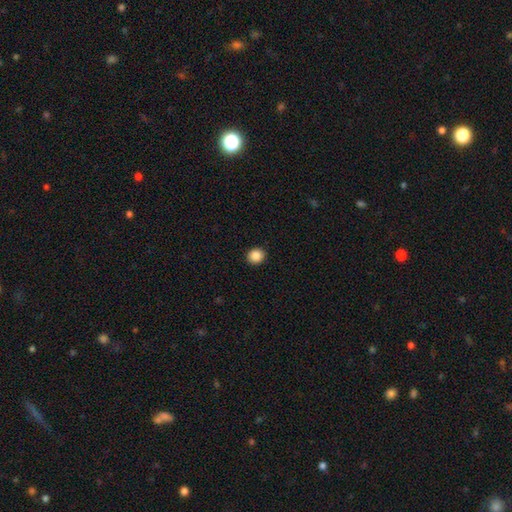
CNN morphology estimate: The model was most divided on "how rounded": round: 86%, in between: 13%, cigar-shaped: 1%. More confident: merging — none (93%); smooth or featured — smooth (87%).